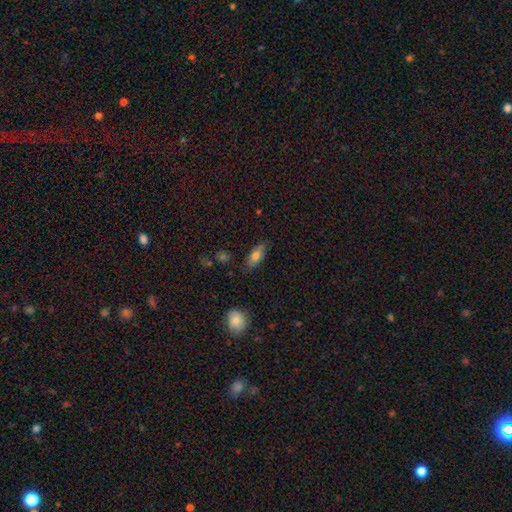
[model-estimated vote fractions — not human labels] smooth-or-featured: smooth: 74% | featured or disk: 19% | star or artifact: 7%
  how-rounded: in between: 75% | cigar-shaped: 22% | round: 3%
  merging: none: 81% | minor disturbance: 14% | major disturbance: 3% | merger: 2%